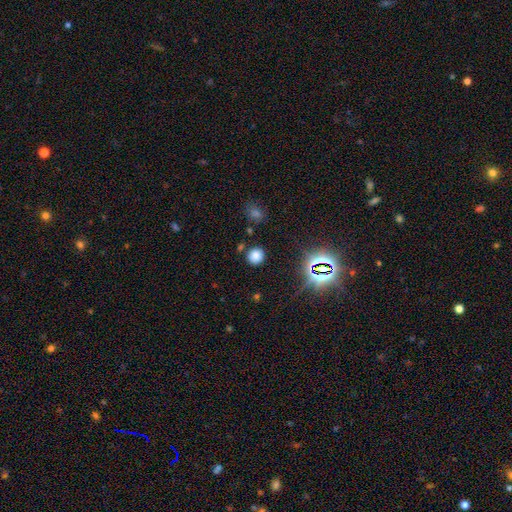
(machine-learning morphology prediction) Smooth or featured?
  - smooth: 74% *
  - star or artifact: 20%
  - featured or disk: 6%
How rounded?
  - round: 88% *
  - in between: 11%
  - cigar-shaped: 1%
Merging?
  - none: 86% *
  - minor disturbance: 7%
  - merger: 3%
  - major disturbance: 3%